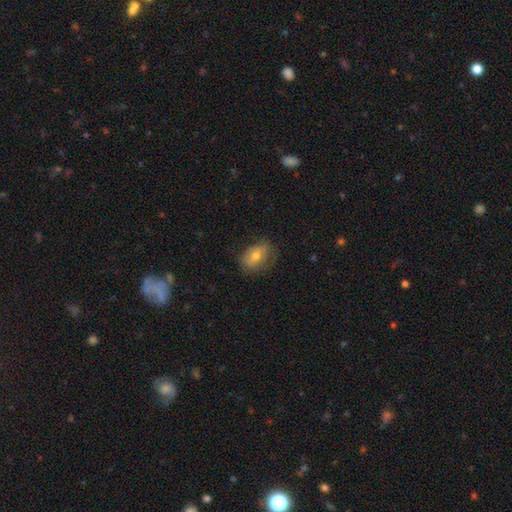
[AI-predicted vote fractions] Q: Smooth or featured?
A: smooth (66%); runner-up: featured or disk (26%)
Q: How rounded?
A: in between (80%); runner-up: round (19%)
Q: Merging?
A: none (68%); runner-up: minor disturbance (24%)